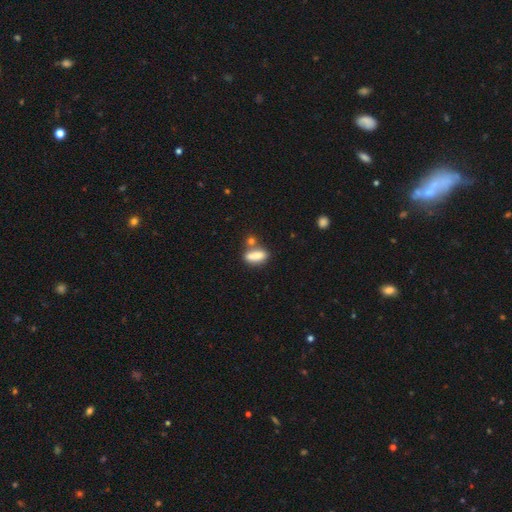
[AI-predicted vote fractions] Morphology: type=smooth (79%); roundness=in between (68%); merging=none (48%).